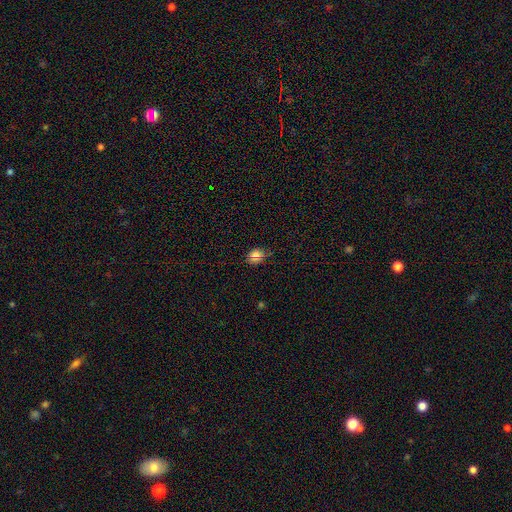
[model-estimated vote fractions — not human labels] Morphology: type=smooth (74%); roundness=in between (52%); merging=none (64%).